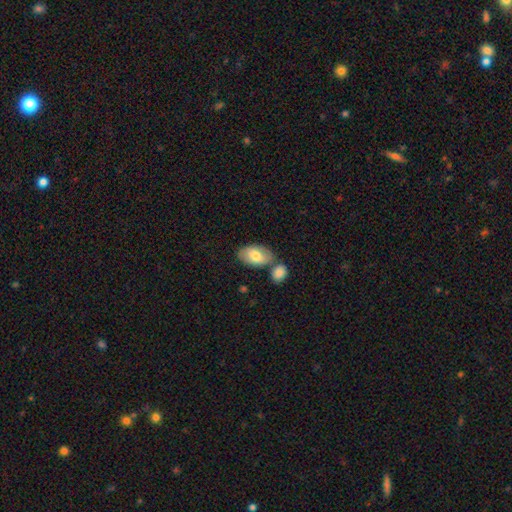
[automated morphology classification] Smooth or featured? Predicted: smooth (p=0.74). How rounded? Predicted: in between (p=0.93). Merging? Predicted: none (p=0.57).